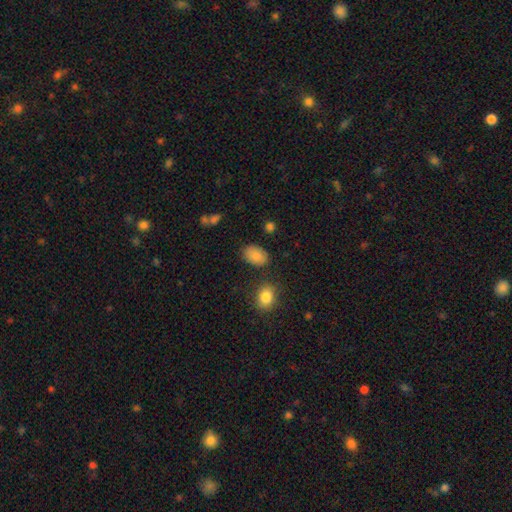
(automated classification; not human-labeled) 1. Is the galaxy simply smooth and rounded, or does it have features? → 86% smooth, 8% star or artifact, 6% featured or disk.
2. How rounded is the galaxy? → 83% in between, 16% round, 1% cigar-shaped.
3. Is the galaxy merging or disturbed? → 79% none, 14% minor disturbance, 4% major disturbance, 3% merger.